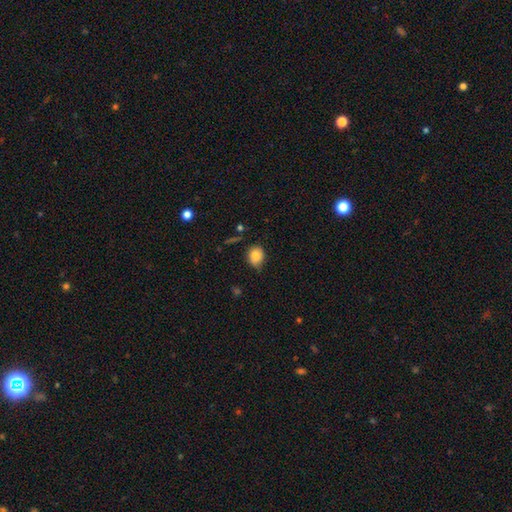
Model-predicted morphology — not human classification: Overall: smooth (83%). How rounded: round (58%; in between 41%). Merging: none (59%; minor disturbance 33%).